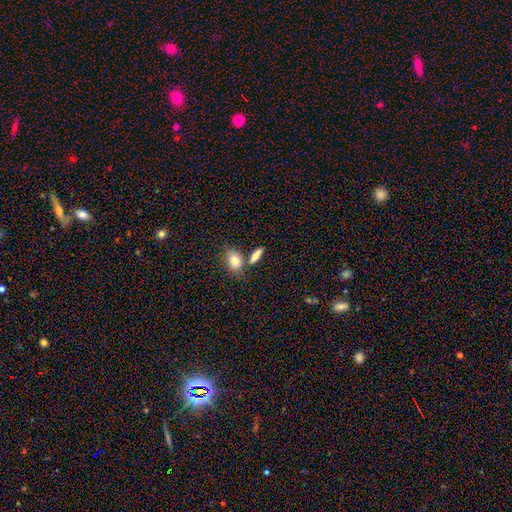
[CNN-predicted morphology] Q: Smooth or featured?
A: smooth (80%); runner-up: featured or disk (12%)
Q: How rounded?
A: in between (59%); runner-up: cigar-shaped (33%)
Q: Merging?
A: none (65%); runner-up: merger (20%)